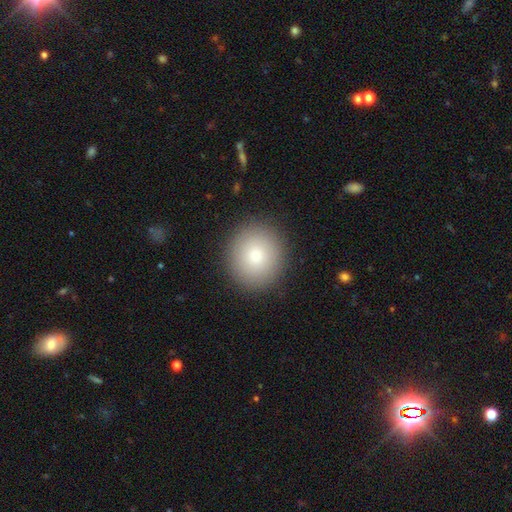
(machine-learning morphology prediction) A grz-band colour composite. It shows a smooth galaxy with no disk features (81%) that is round (87%). Merging: none (90%).